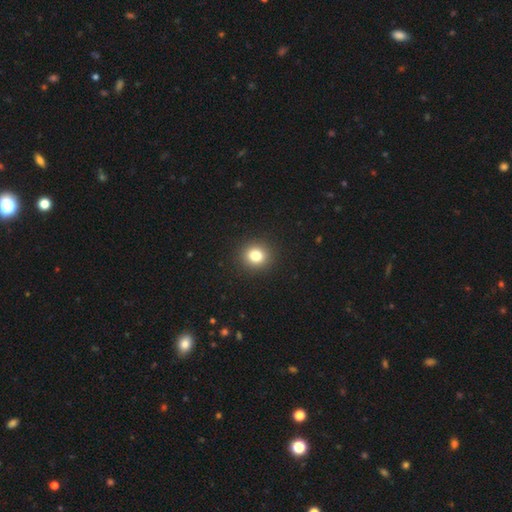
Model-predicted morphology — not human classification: The model was most divided on "smooth or featured": smooth: 81%, star or artifact: 12%, featured or disk: 7%. More confident: merging — none (93%); how rounded — round (85%).